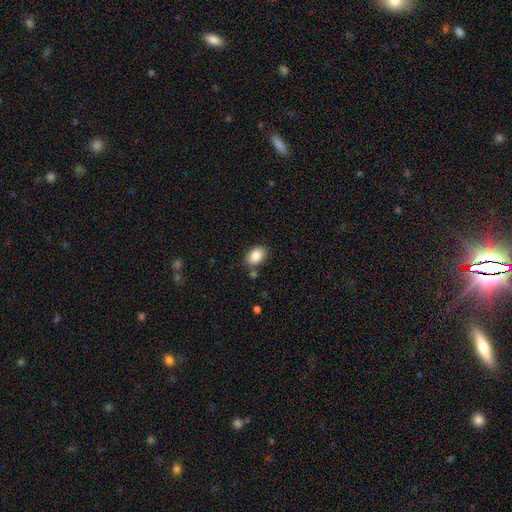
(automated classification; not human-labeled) Q: Smooth or featured?
A: smooth (86%); runner-up: star or artifact (8%)
Q: How rounded?
A: in between (83%); runner-up: round (16%)
Q: Merging?
A: none (77%); runner-up: minor disturbance (13%)